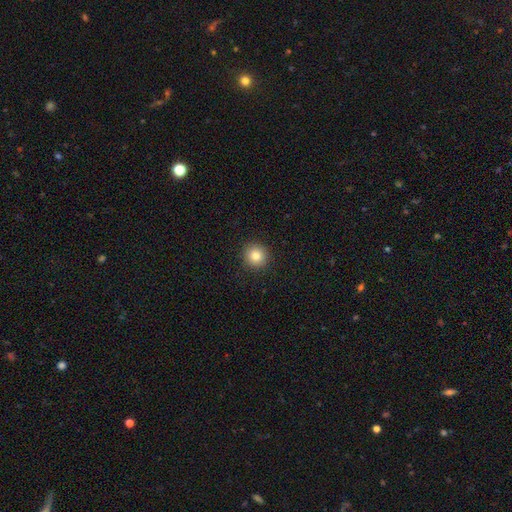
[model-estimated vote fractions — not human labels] smooth-or-featured: smooth: 83% | star or artifact: 11% | featured or disk: 6%
  how-rounded: round: 94% | in between: 5% | cigar-shaped: 1%
  merging: none: 92% | minor disturbance: 5% | major disturbance: 2% | merger: 1%